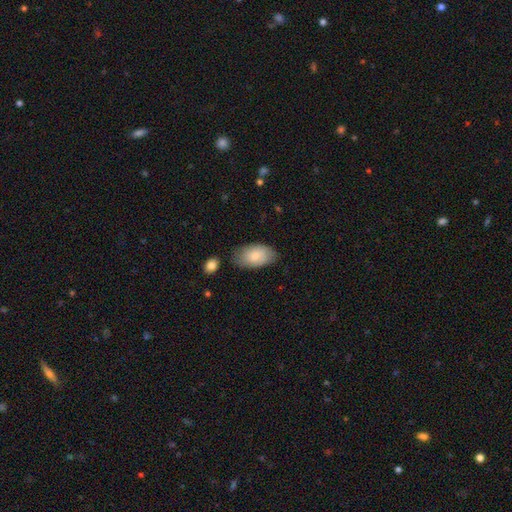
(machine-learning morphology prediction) Overall: smooth (73%). How rounded: in between (94%). Merging: none (73%).